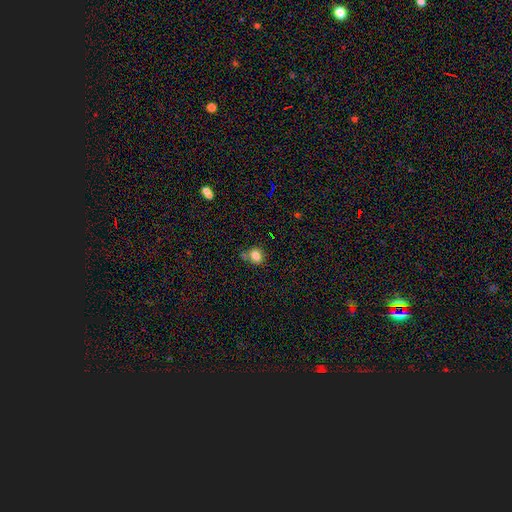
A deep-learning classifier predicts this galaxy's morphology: Smooth or featured?
  - smooth: 81% *
  - star or artifact: 12%
  - featured or disk: 7%
How rounded?
  - in between: 51% *
  - round: 48%
  - cigar-shaped: 1%
Merging?
  - none: 57% *
  - minor disturbance: 21%
  - merger: 16%
  - major disturbance: 6%